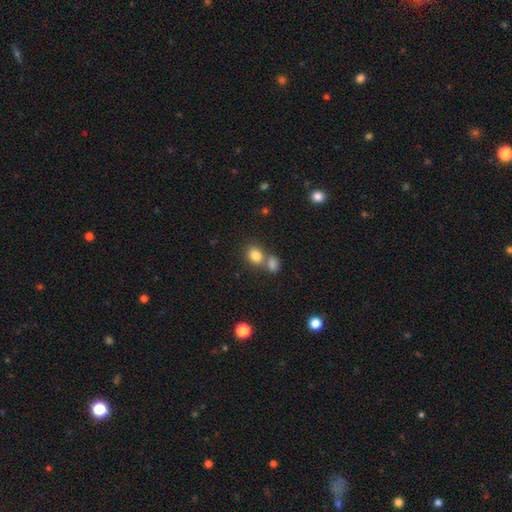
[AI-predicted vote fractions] Smooth or featured? Predicted: smooth (p=0.83). How rounded? Predicted: round (p=0.51). Merging? Predicted: none (p=0.48).